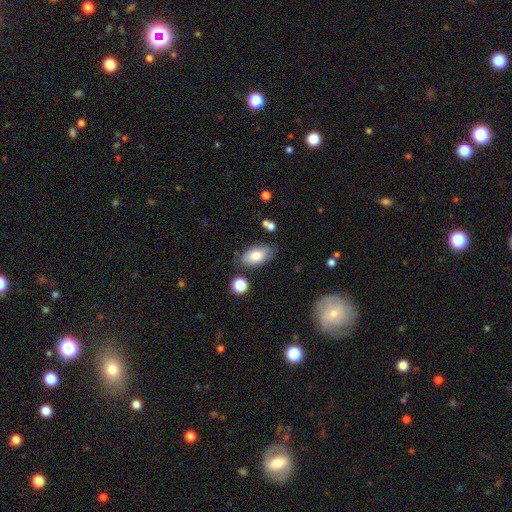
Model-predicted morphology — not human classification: Overall: smooth (79%). How rounded: in between (93%). Merging: none (74%).